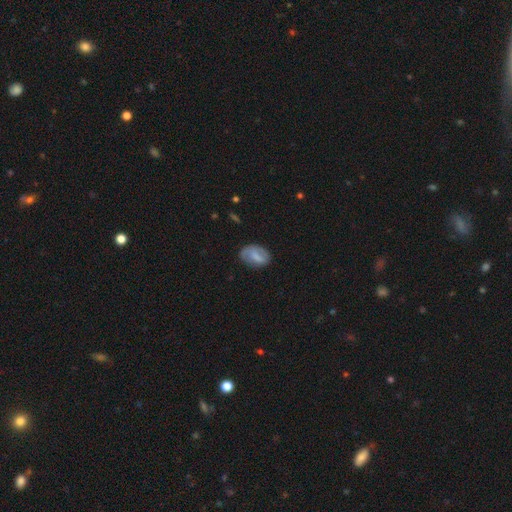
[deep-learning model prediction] Smooth or featured?
  - smooth: 57% *
  - featured or disk: 36%
  - star or artifact: 8%
How rounded?
  - in between: 85% *
  - round: 13%
  - cigar-shaped: 2%
Merging?
  - none: 67% *
  - minor disturbance: 24%
  - major disturbance: 8%
  - merger: 2%